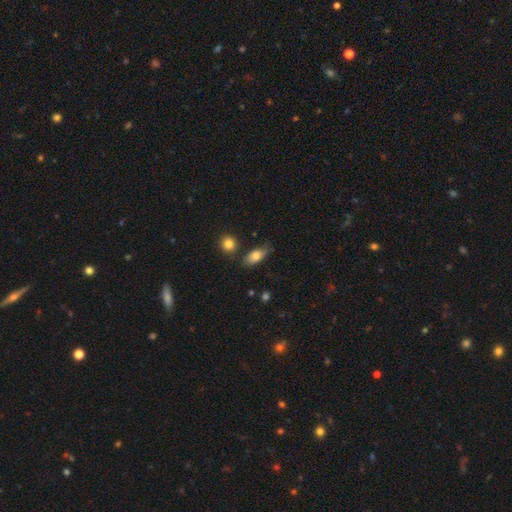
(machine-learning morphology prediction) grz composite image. It shows a smooth galaxy with no disk features (78%) that is in between round and cigar-shaped (85%). Merging: none (72%).